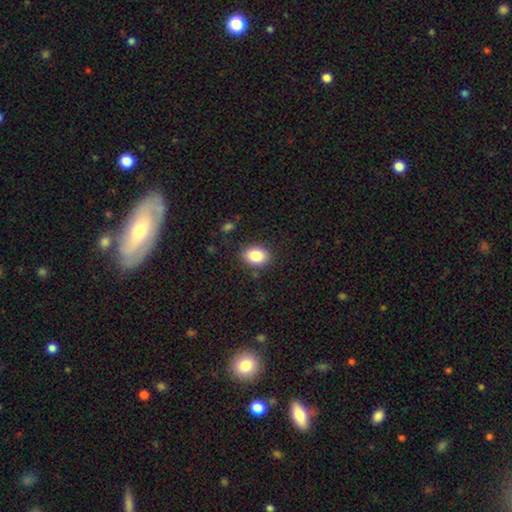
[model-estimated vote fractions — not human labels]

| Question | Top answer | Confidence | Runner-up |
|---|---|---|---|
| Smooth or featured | smooth | 85% | star or artifact (8%) |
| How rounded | in between | 73% | round (26%) |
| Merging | none | 85% | minor disturbance (10%) |